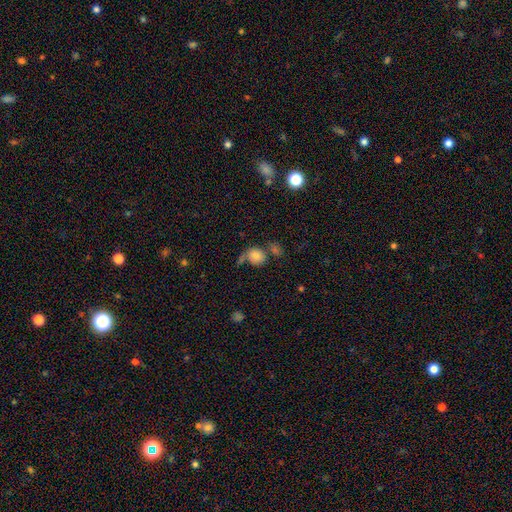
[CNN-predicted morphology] Overall: smooth (76%). How rounded: round (70%). Merging: none (43%; merger 26%).